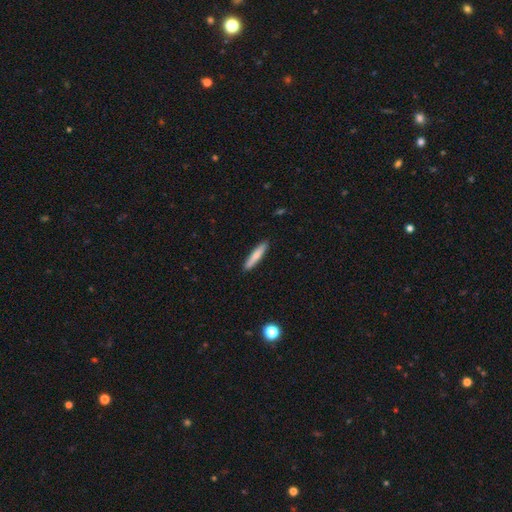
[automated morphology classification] smooth-or-featured: smooth: 72% | featured or disk: 22% | star or artifact: 6%
  how-rounded: cigar-shaped: 90% | in between: 9% | round: 1%
  merging: none: 91% | minor disturbance: 7% | major disturbance: 1% | merger: 1%